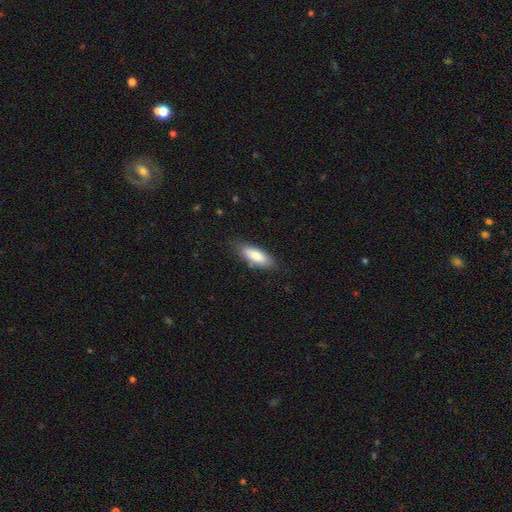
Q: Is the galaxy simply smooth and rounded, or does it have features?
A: smooth — 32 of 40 (80%).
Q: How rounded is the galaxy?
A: in between — 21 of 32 (66%).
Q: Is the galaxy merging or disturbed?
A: none — 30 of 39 (77%).